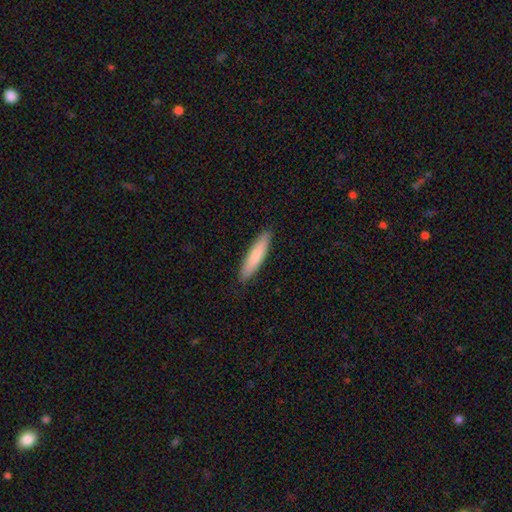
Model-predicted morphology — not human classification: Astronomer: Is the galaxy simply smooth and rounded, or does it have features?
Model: smooth — 79%.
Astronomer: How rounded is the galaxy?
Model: cigar-shaped — 82%.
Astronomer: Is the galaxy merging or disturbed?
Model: none — 90%.